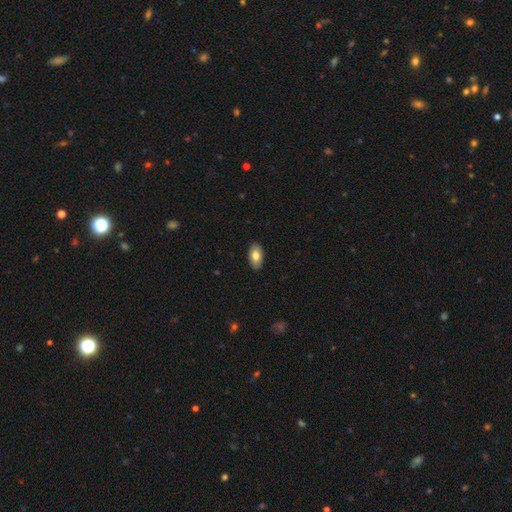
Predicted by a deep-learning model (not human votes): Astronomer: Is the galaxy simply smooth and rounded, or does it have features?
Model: smooth — 78%.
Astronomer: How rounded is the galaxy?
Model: in between — 93%.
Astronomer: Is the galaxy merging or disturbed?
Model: none — 89%.